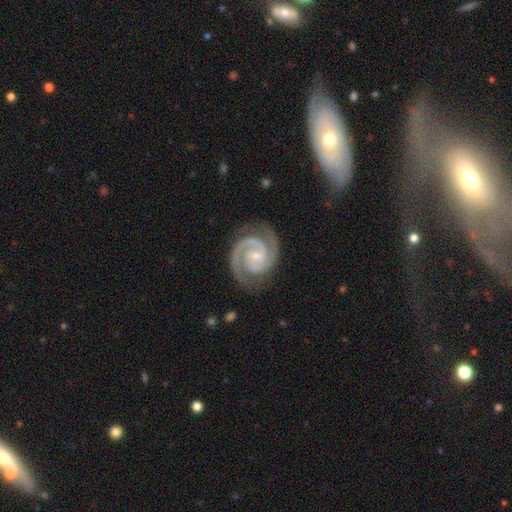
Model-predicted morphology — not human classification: Smooth or featured?
  - featured or disk: 93% *
  - star or artifact: 4%
  - smooth: 3%
Edge-on disk?
  - no: 98% *
  - yes: 2%
Bar?
  - no: 54% *
  - weak: 35%
  - strong: 11%
Spiral arms?
  - yes: 99% *
  - no: 1%
Spiral winding?
  - tight: 60% *
  - medium: 36%
  - loose: 4%
Spiral arm count?
  - 2: 91% *
  - 3: 3%
  - can't tell: 2%
  - 1: 2%
  - 4: 1%
  - more than 4: 1%
Bulge size?
  - small: 69% *
  - moderate: 24%
  - none: 5%
  - large: 1%
  - dominant: 1%
Merging?
  - none: 81% *
  - minor disturbance: 14%
  - major disturbance: 4%
  - merger: 1%